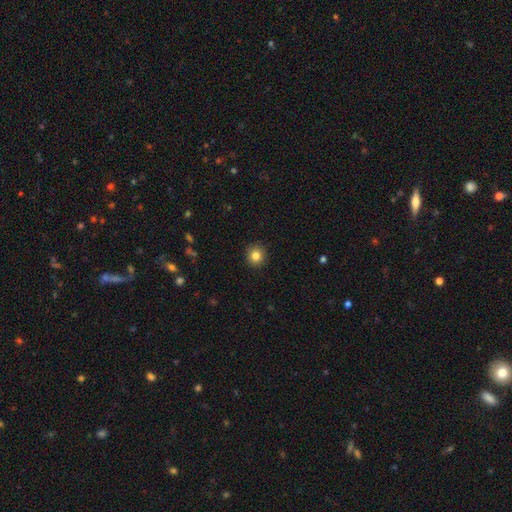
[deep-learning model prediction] Smooth or featured? Predicted: smooth (p=0.84). How rounded? Predicted: round (p=0.91). Merging? Predicted: none (p=0.91).